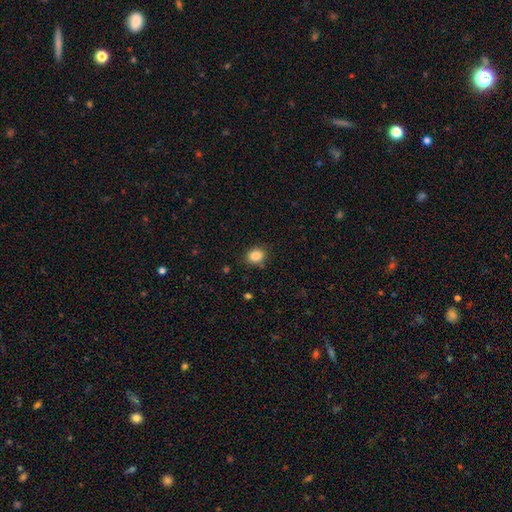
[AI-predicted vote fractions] This appears to be a smooth galaxy with no disk features (86%) that is round (51%). Merging: none (82%).